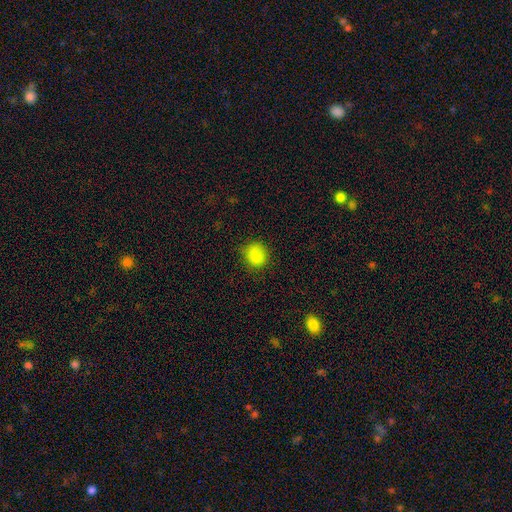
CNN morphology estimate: This appears to be a smooth galaxy with no disk features (84%) that is round (70%). Merging: none (79%).